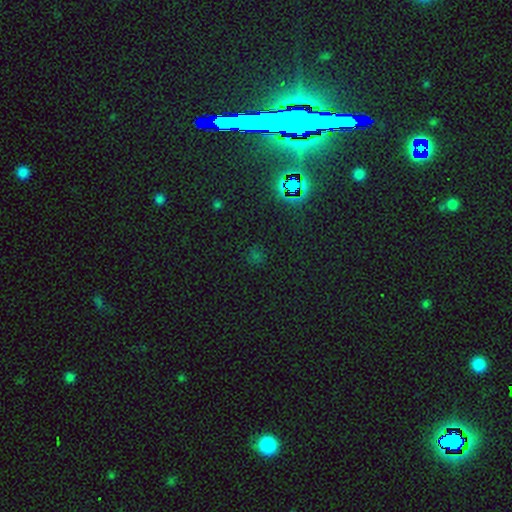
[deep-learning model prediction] Q: Smooth or featured?
A: star or artifact (66%); runner-up: smooth (28%)